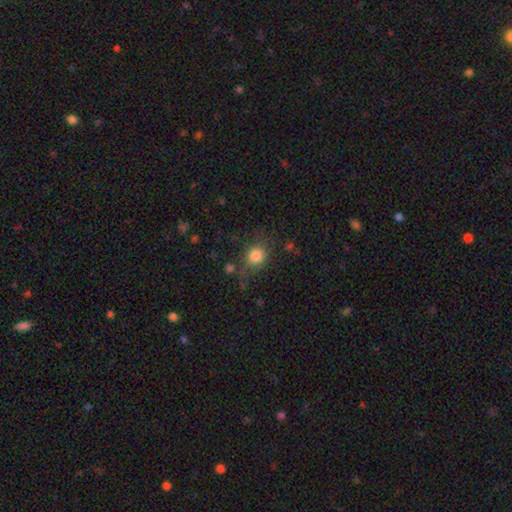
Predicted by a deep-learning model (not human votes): Smooth or featured?
  - smooth: 82% *
  - star or artifact: 11%
  - featured or disk: 7%
How rounded?
  - round: 81% *
  - in between: 18%
  - cigar-shaped: 1%
Merging?
  - none: 74% *
  - minor disturbance: 16%
  - major disturbance: 7%
  - merger: 4%